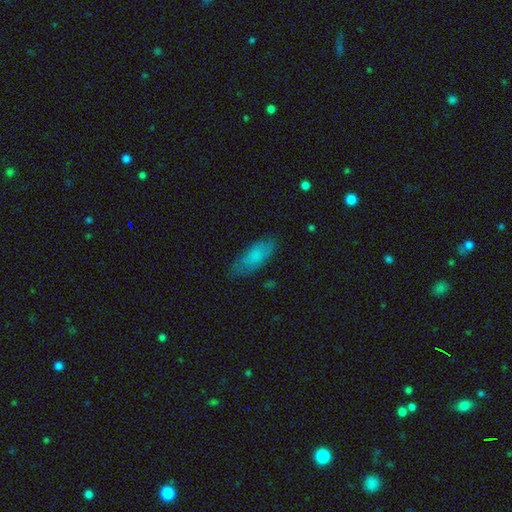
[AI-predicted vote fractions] Smooth or featured: smooth — 80% (featured or disk — 13%)
How rounded: in between — 74% (cigar-shaped — 24%)
Merging: none — 76% (minor disturbance — 18%)